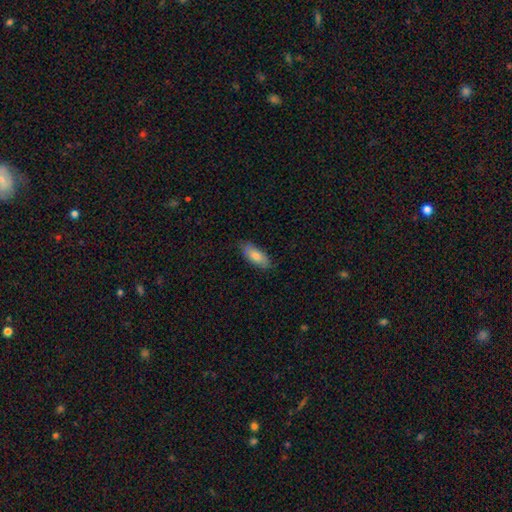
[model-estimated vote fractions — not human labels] The model was most divided on "smooth or featured": smooth: 76%, featured or disk: 17%, star or artifact: 6%. More confident: how rounded — in between (84%); merging — none (78%).